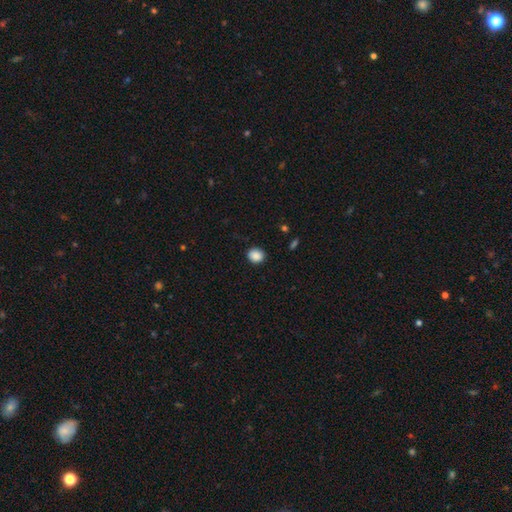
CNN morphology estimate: type=smooth (88%); roundness=round (78%); merging=none (89%).